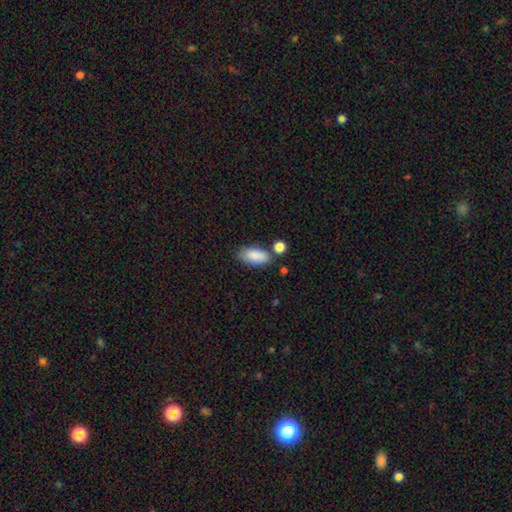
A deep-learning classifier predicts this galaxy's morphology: This is clearly a smooth galaxy (87%). How rounded: clearly in between (89%). Merging: likely none (69%).